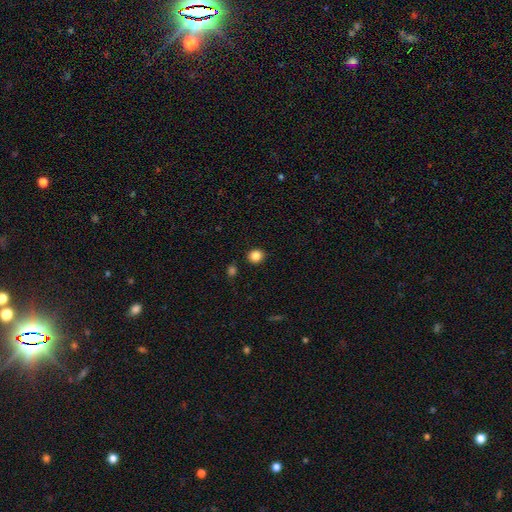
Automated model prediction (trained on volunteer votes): smooth-or-featured: smooth: 85% | star or artifact: 11% | featured or disk: 4%
  how-rounded: round: 80% | in between: 19% | cigar-shaped: 1%
  merging: none: 89% | minor disturbance: 7% | merger: 2% | major disturbance: 2%